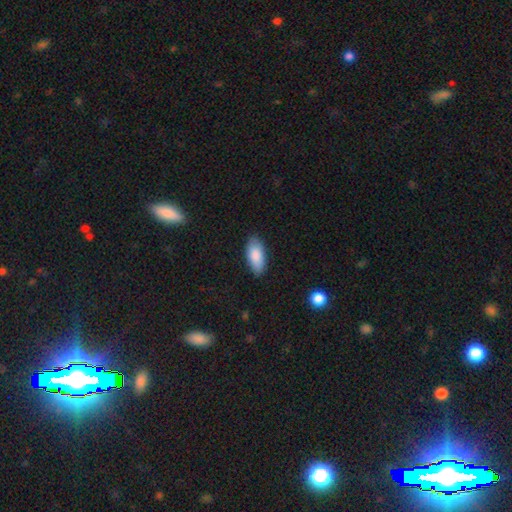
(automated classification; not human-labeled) This is clearly a smooth galaxy (87%). How rounded: clearly in between (88%). Merging: clearly none (86%).